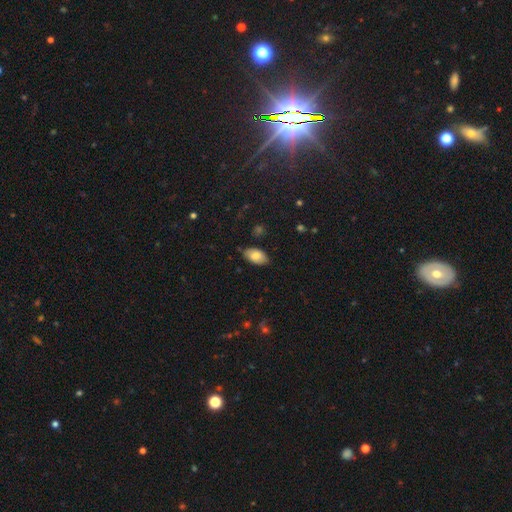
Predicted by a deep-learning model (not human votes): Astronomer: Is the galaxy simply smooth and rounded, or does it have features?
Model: smooth — 79%.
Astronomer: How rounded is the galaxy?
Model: in between — 94%.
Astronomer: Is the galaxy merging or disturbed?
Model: none — 82%.